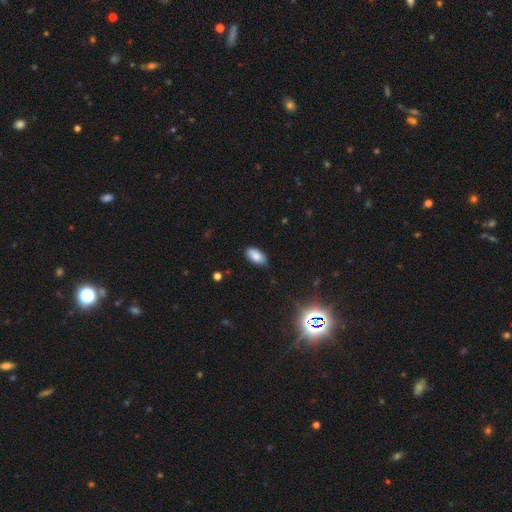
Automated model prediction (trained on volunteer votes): This is clearly a smooth galaxy (83%). How rounded: clearly in between (94%). Merging: likely none (76%).